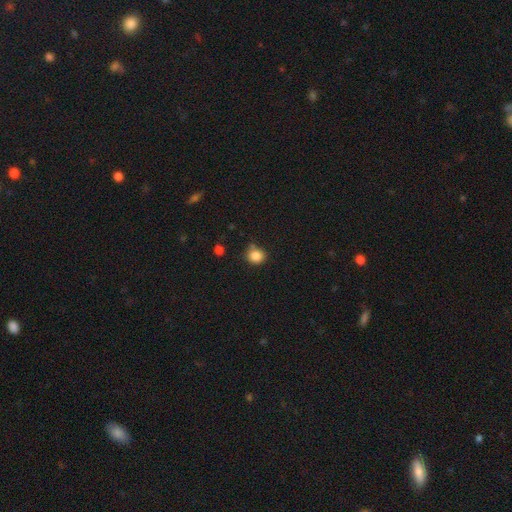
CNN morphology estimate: Smooth or featured?
  - smooth: 85% *
  - star or artifact: 11%
  - featured or disk: 4%
How rounded?
  - round: 80% *
  - in between: 19%
  - cigar-shaped: 1%
Merging?
  - none: 70% *
  - minor disturbance: 19%
  - merger: 7%
  - major disturbance: 4%